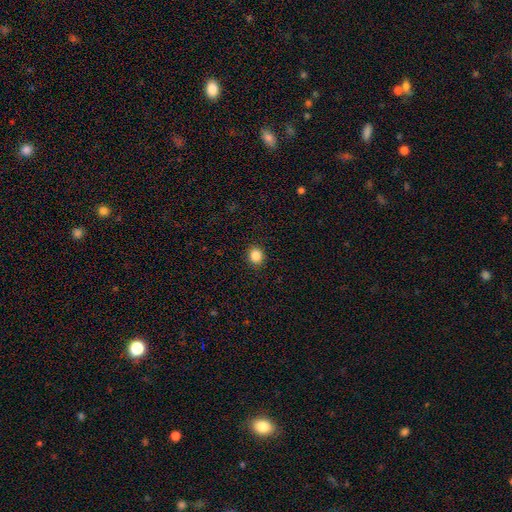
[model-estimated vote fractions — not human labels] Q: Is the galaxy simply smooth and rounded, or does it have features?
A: smooth — 86%.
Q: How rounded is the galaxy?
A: round — 78%.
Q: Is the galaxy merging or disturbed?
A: none — 91%.